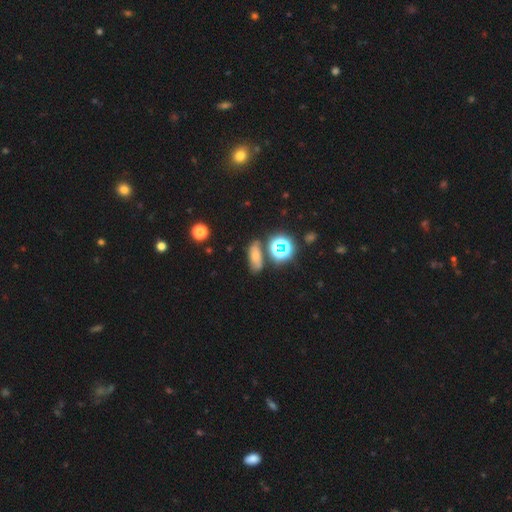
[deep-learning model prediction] Smooth or featured: smooth — 56% (star or artifact — 27%)
How rounded: in between — 67% (round — 17%)
Merging: none — 69% (minor disturbance — 16%)